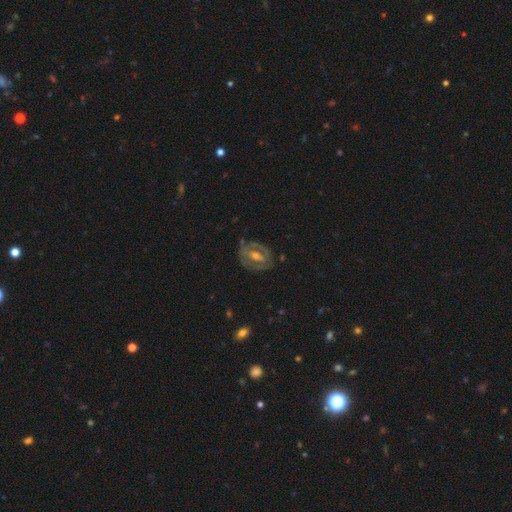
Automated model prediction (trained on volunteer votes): smooth_or_featured: featured or disk (p=0.72) [alt: smooth p=0.21]
disk_edge_on: no (p=0.94) [alt: yes p=0.06]
bar: weak (p=0.41) [alt: no p=0.29]
has_spiral_arms: yes (p=0.60) [alt: no p=0.40]
bulge_size: moderate (p=0.60) [alt: small p=0.31]
merging: none (p=0.72) [alt: minor disturbance p=0.18]